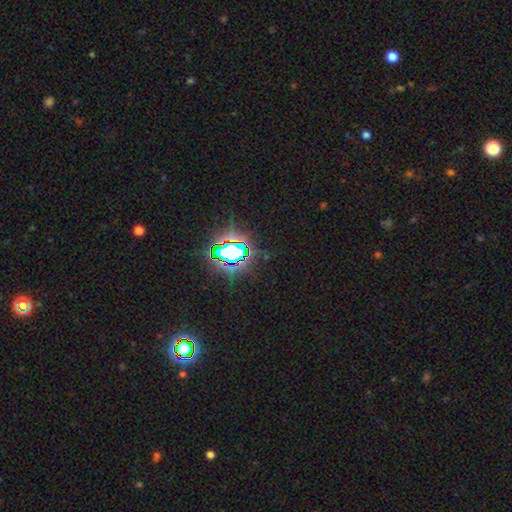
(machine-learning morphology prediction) A star or artifact, not a galaxy (81%).